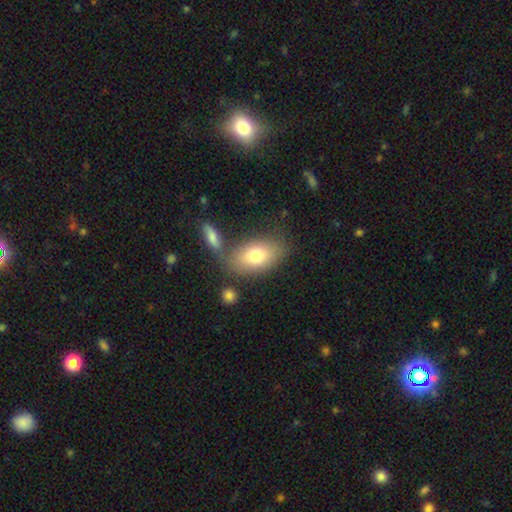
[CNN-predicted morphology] This is likely a smooth galaxy (76%). How rounded: clearly in between (88%). Merging: likely none (62%).